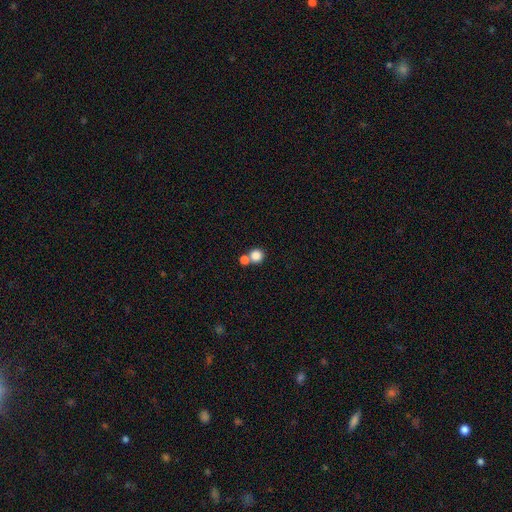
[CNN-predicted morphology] smooth 83%, star or artifact 10%, featured or disk 6%. Down the decision tree: how rounded — round (90%); merging — none (51%).